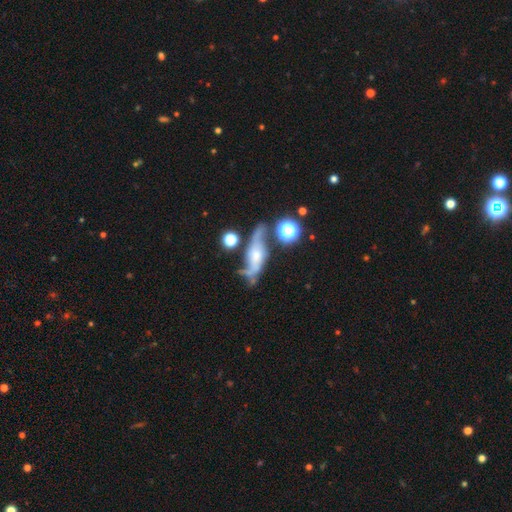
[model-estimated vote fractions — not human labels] Smooth or featured? Predicted: featured or disk (p=0.69). Edge-on disk? Predicted: no (p=0.66). Merging? Predicted: none (p=0.46).